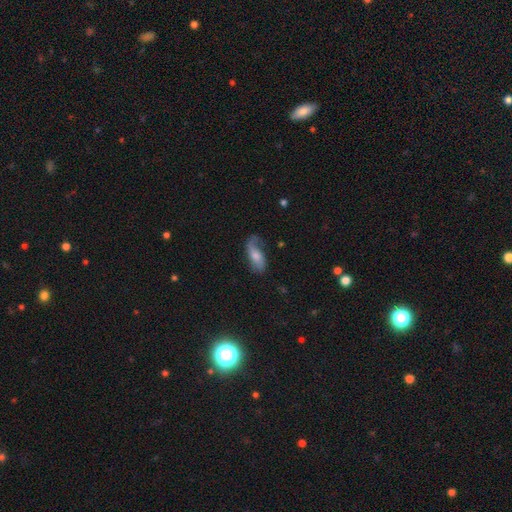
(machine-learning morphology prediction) Overall: smooth (51%; featured or disk 42%). How rounded: in between (81%). Merging: none (50%; minor disturbance 29%).